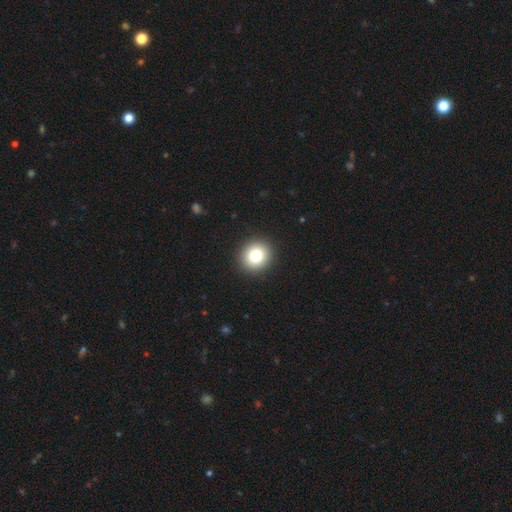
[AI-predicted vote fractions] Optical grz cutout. It shows a smooth galaxy with no disk features (80%) that is round (85%). Merging: none (92%).